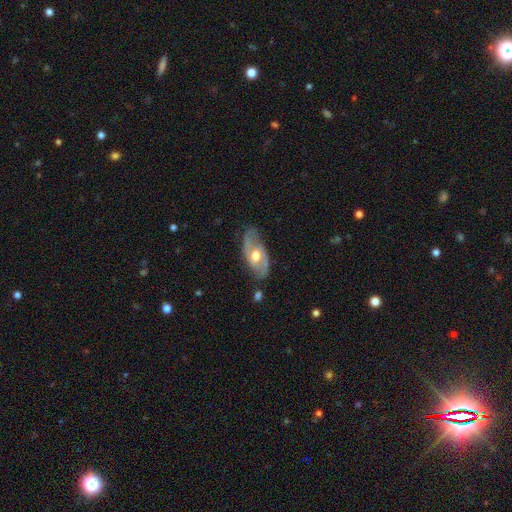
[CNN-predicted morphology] smooth-or-featured: featured or disk: 72% | smooth: 23% | star or artifact: 5%
  disk-edge-on: no: 88% | yes: 12%
    bar: no: 48% | weak: 40% | strong: 13%
    has-spiral-arms: yes: 72% | no: 28%
    bulge-size: moderate: 75% | large: 13% | small: 10% | none: 1% | dominant: 1%
  merging: none: 73% | minor disturbance: 19% | major disturbance: 6% | merger: 2%